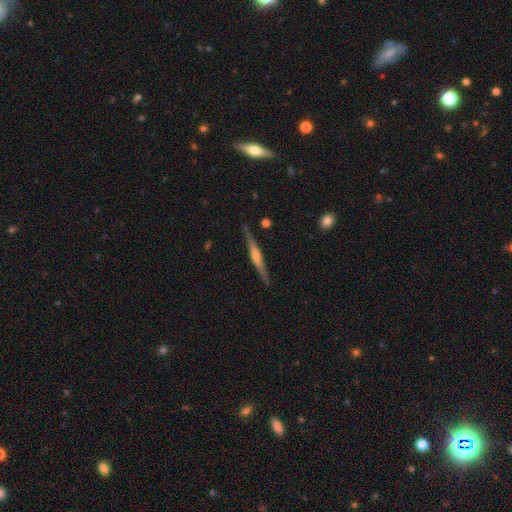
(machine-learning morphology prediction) featured or disk 72%, smooth 22%, star or artifact 6%. Down the decision tree: edge-on disk — yes (98%); edge-on bulge — rounded (75%); merging — none (88%).